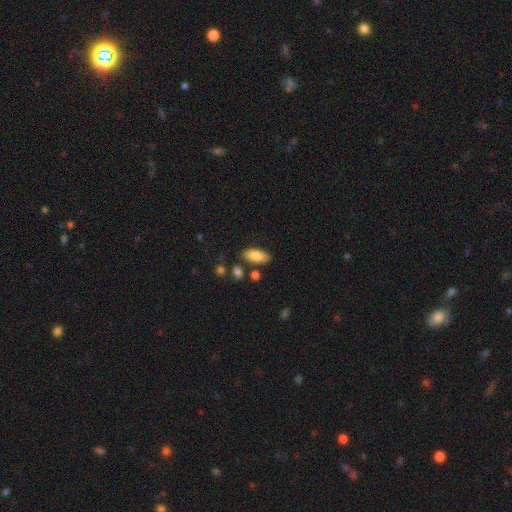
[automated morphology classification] The model was most divided on "merging": none: 79%, minor disturbance: 12%, merger: 6%, major disturbance: 3%. More confident: how rounded — in between (87%); smooth or featured — smooth (86%).